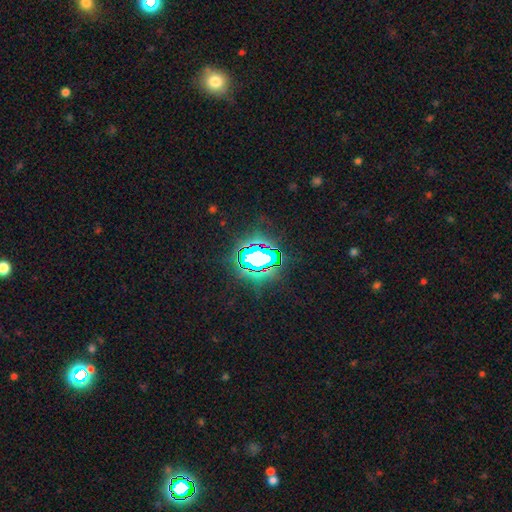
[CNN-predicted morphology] star or artifact 80%, smooth 12%, featured or disk 8%.